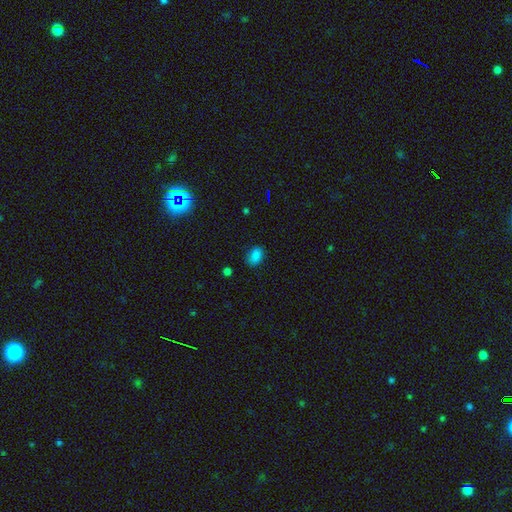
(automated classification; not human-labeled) Smooth or featured? smooth (82%)
How rounded? in between (80%)
Merging? none (79%)